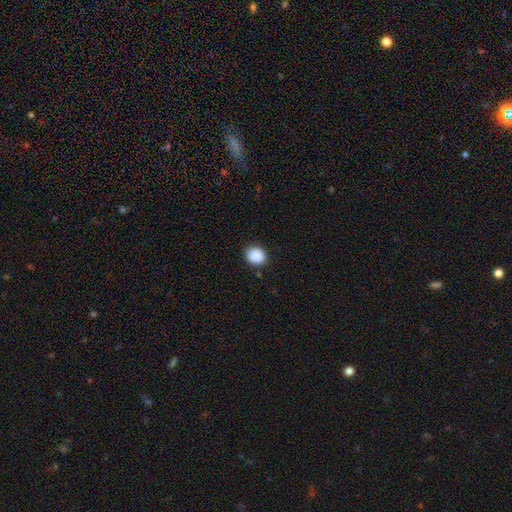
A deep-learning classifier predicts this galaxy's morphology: smooth 90%, star or artifact 8%, featured or disk 2%. Down the decision tree: how rounded — round (69%); merging — none (89%).